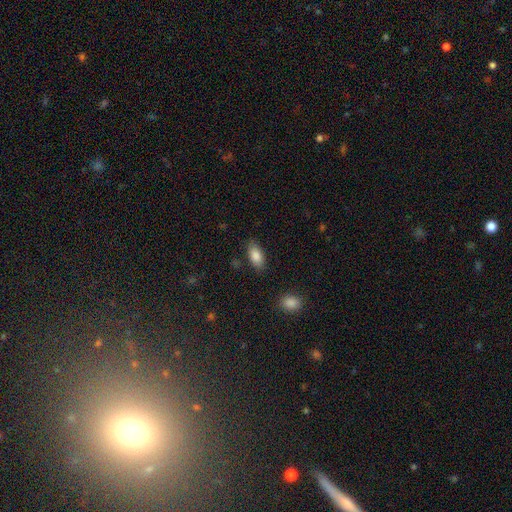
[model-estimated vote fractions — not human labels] Morphology: type=smooth (86%); roundness=in between (90%); merging=none (83%).